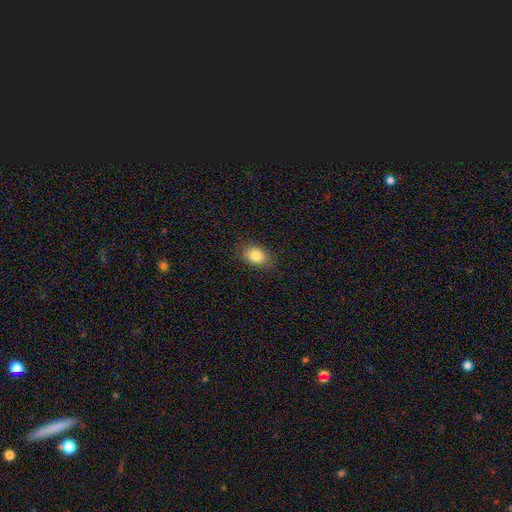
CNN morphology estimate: smooth_or_featured: smooth (p=0.85) [alt: star or artifact p=0.09]
how_rounded: in between (p=0.76) [alt: round p=0.23]
merging: none (p=0.85) [alt: minor disturbance p=0.11]